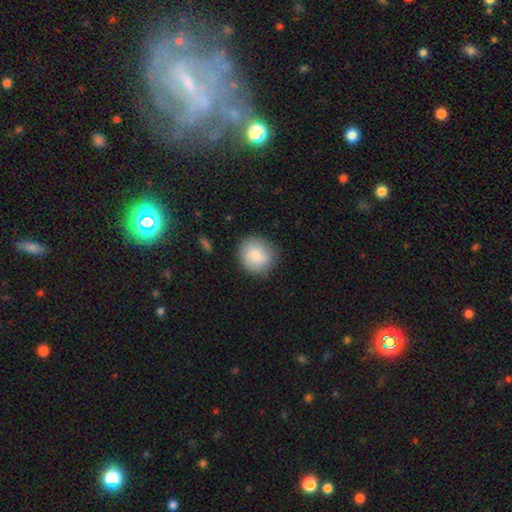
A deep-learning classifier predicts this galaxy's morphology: type=smooth (81%); roundness=round (85%); merging=none (83%).